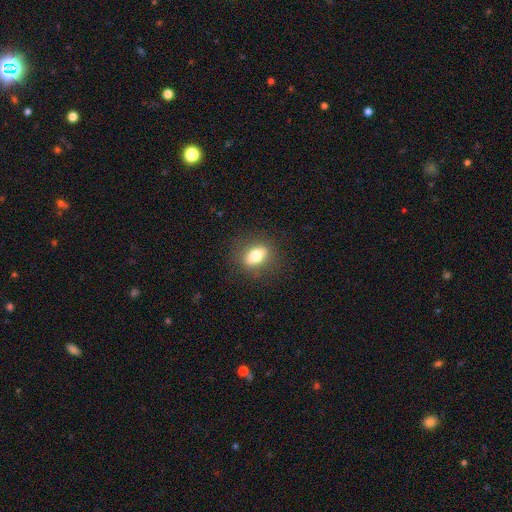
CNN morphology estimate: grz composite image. It shows a smooth galaxy with no disk features (71%) that is in between round and cigar-shaped (72%). Merging: none (84%).